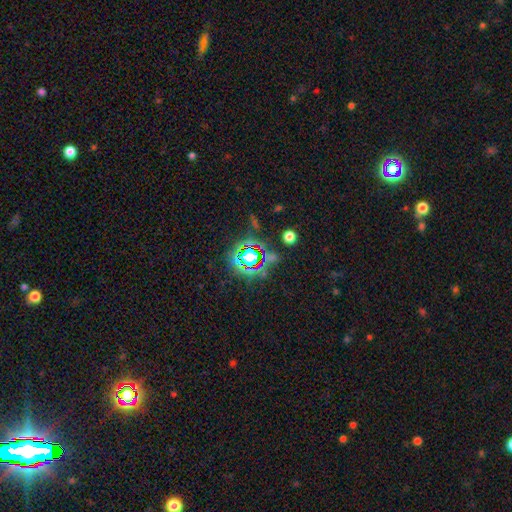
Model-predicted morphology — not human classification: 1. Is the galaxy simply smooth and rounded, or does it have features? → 79% star or artifact, 13% smooth, 8% featured or disk.